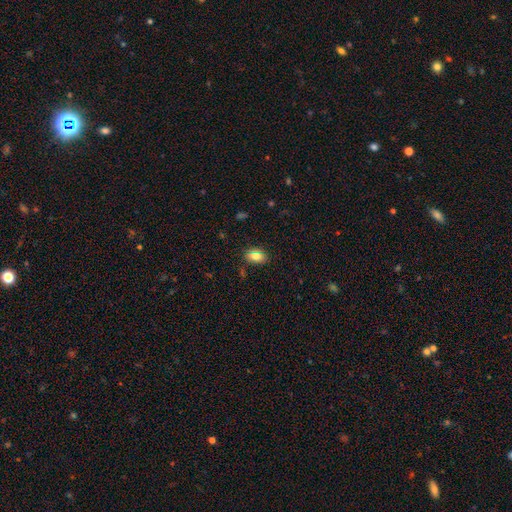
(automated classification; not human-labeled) A smooth galaxy with no disk features (78%) that is in between round and cigar-shaped (80%).

Vote fractions:
- Smooth or featured? smooth: 78% / star or artifact: 13% / featured or disk: 10%
- How rounded? in between: 80% / round: 18% / cigar-shaped: 3%
- Merging? none: 81% / minor disturbance: 13% / major disturbance: 3% / merger: 2%